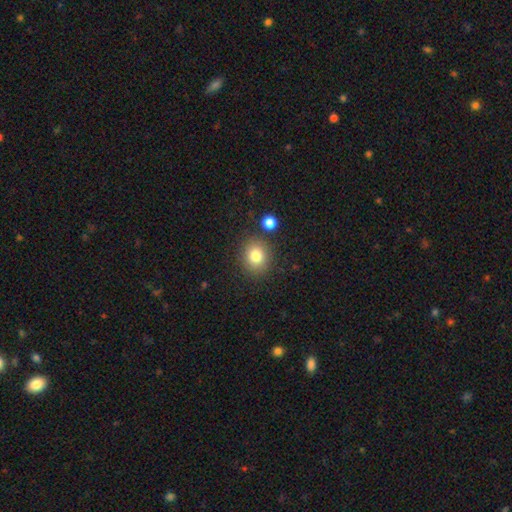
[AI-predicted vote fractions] Smooth or featured: smooth — 81% (star or artifact — 11%)
How rounded: round — 75% (in between — 25%)
Merging: none — 83% (minor disturbance — 9%)